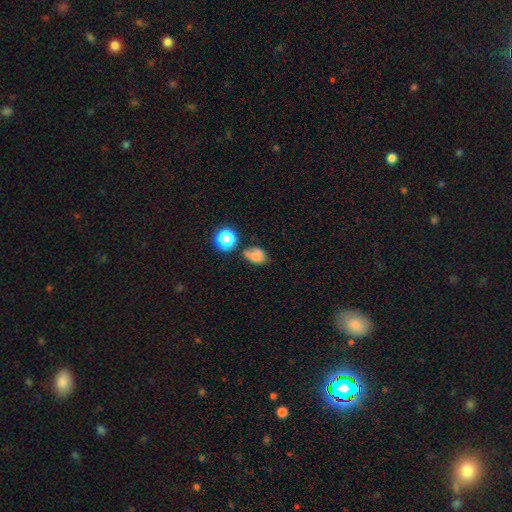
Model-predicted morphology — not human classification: smooth_or_featured: smooth (p=0.70) [alt: featured or disk p=0.15]
how_rounded: in between (p=0.65) [alt: round p=0.33]
merging: none (p=0.43) [alt: minor disturbance p=0.30]